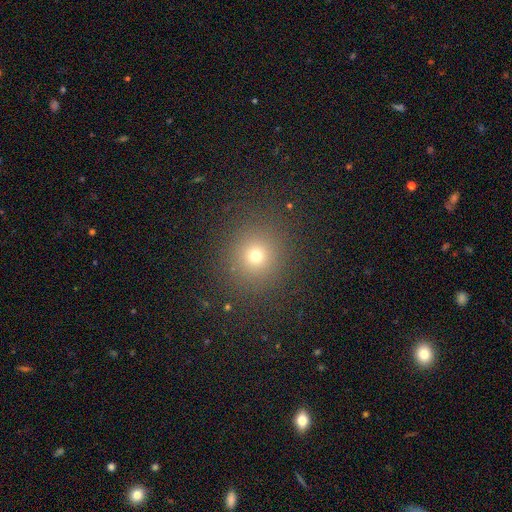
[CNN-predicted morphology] smooth-or-featured: smooth: 70% | star or artifact: 21% | featured or disk: 9%
  how-rounded: round: 90% | in between: 9% | cigar-shaped: 1%
  merging: none: 87% | minor disturbance: 7% | major disturbance: 4% | merger: 1%